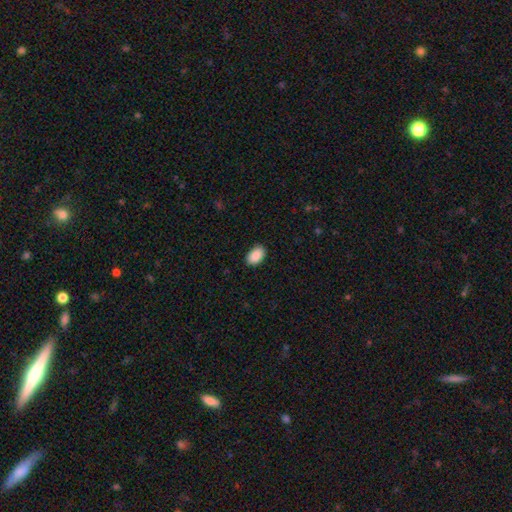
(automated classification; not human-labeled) smooth_or_featured: smooth (p=0.90) [alt: star or artifact p=0.07]
how_rounded: in between (p=0.92) [alt: round p=0.07]
merging: none (p=0.88) [alt: minor disturbance p=0.09]